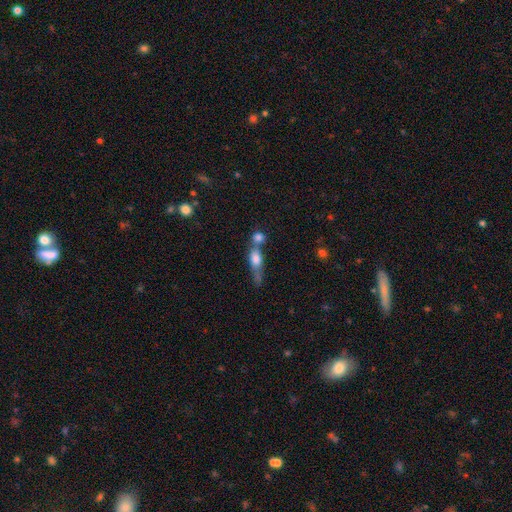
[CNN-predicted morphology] Smooth or featured? smooth (57%)
How rounded? in between (44%)
Merging? merger (48%)